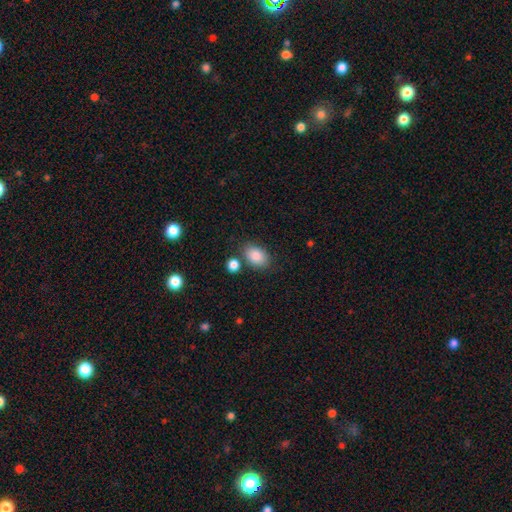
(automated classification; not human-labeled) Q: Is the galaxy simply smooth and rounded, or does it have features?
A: smooth — 86%.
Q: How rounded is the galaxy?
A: in between — 84%.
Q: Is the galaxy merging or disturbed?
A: none — 74%.